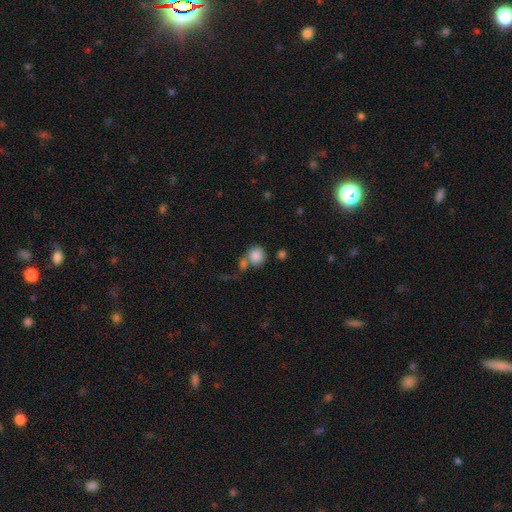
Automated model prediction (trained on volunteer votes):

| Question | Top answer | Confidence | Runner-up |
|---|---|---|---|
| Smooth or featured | smooth | 85% | star or artifact (8%) |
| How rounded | round | 83% | in between (15%) |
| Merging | none | 50% | merger (34%) |